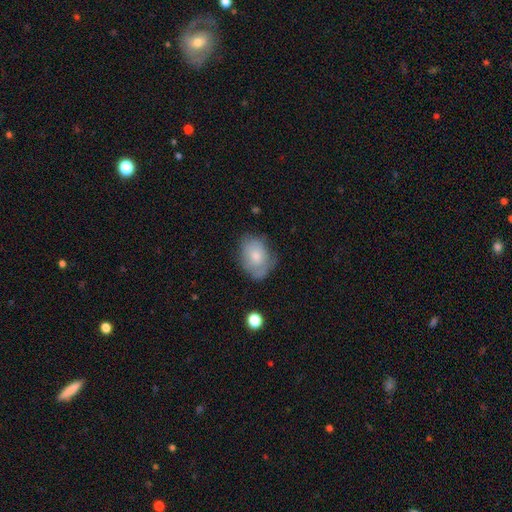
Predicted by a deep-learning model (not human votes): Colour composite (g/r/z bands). It shows a smooth galaxy with no disk features (68%) that is in between round and cigar-shaped (78%). Merging: none (58%).